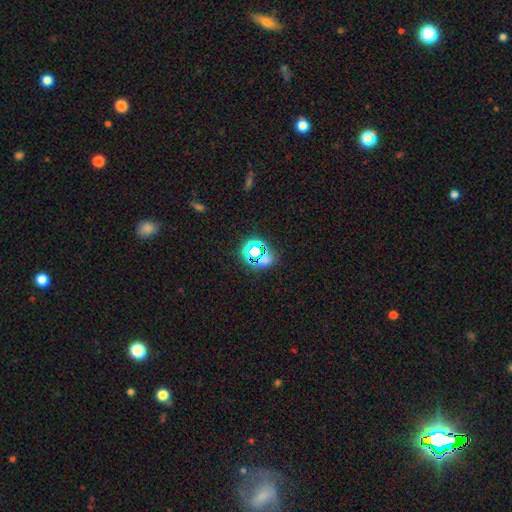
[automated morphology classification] smooth-or-featured: star or artifact: 58% | smooth: 31% | featured or disk: 11%